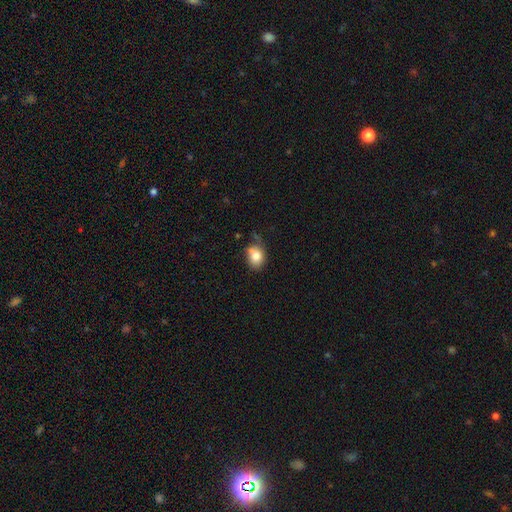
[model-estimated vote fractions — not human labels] Q: Smooth or featured?
A: smooth (81%); runner-up: featured or disk (10%)
Q: How rounded?
A: in between (60%); runner-up: round (39%)
Q: Merging?
A: none (54%); runner-up: minor disturbance (32%)